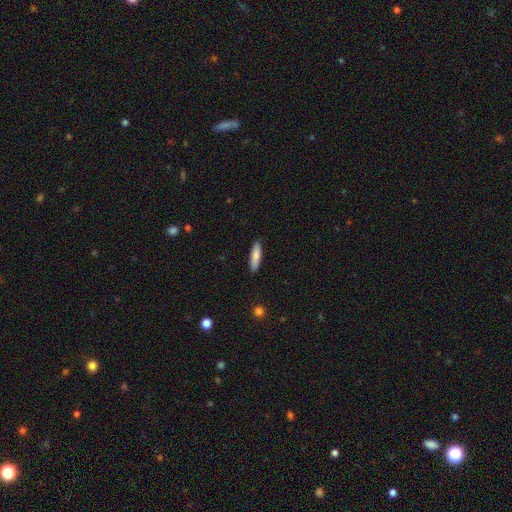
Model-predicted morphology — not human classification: Smooth or featured: smooth — 81% (featured or disk — 13%)
How rounded: cigar-shaped — 67% (in between — 31%)
Merging: none — 89% (minor disturbance — 8%)